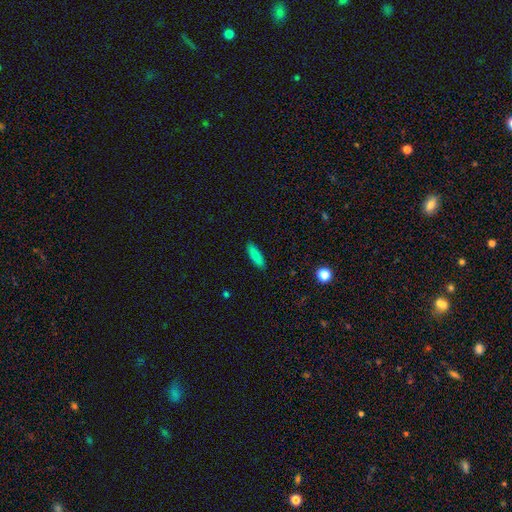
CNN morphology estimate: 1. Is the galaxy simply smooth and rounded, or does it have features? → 86% smooth, 8% star or artifact, 6% featured or disk.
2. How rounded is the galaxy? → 60% cigar-shaped, 38% in between, 2% round.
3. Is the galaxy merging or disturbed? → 89% none, 8% minor disturbance, 2% major disturbance, 1% merger.